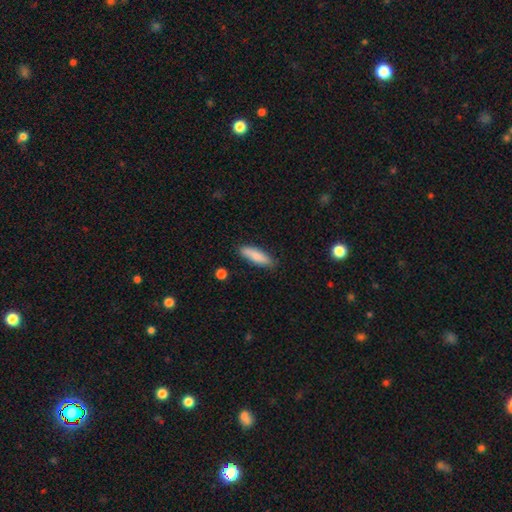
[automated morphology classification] Smooth or featured? smooth (84%)
How rounded? cigar-shaped (57%)
Merging? none (83%)